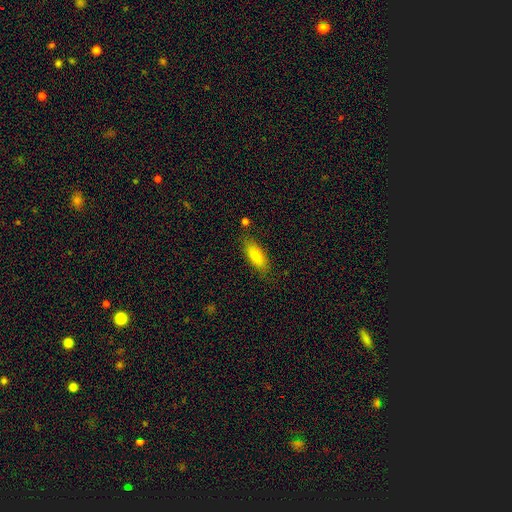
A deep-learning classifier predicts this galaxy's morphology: Q: Smooth or featured?
A: smooth (78%); runner-up: featured or disk (14%)
Q: How rounded?
A: in between (68%); runner-up: cigar-shaped (30%)
Q: Merging?
A: none (79%); runner-up: minor disturbance (14%)